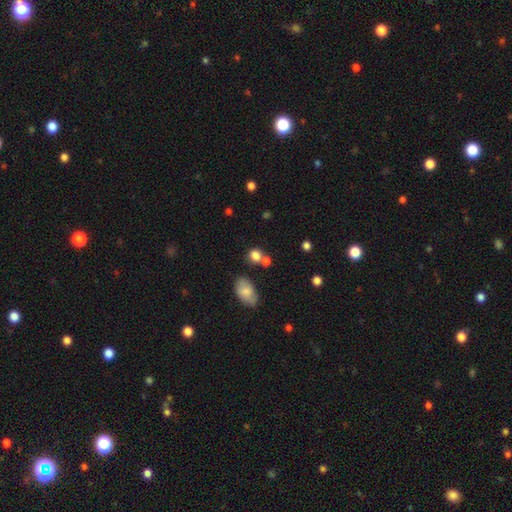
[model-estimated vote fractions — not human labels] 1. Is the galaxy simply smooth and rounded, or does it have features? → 81% smooth, 12% star or artifact, 7% featured or disk.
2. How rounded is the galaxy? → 67% round, 31% in between, 2% cigar-shaped.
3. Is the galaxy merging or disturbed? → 55% none, 27% merger, 13% minor disturbance, 5% major disturbance.